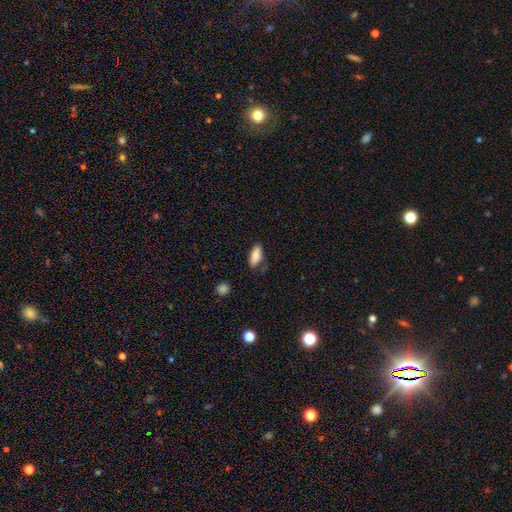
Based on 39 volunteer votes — smooth 69%, featured or disk 26%, star or artifact 5%. Down the decision tree: how rounded — in between (81%); merging — none (51%).